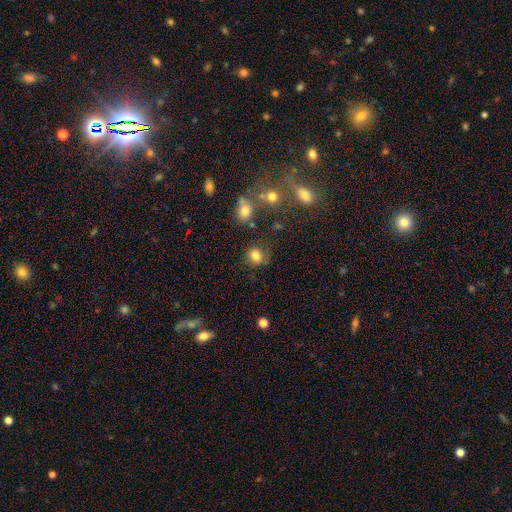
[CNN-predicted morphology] Smooth or featured?
  - smooth: 81% *
  - star or artifact: 11%
  - featured or disk: 8%
How rounded?
  - round: 77% *
  - in between: 22%
  - cigar-shaped: 1%
Merging?
  - none: 72% *
  - minor disturbance: 17%
  - major disturbance: 7%
  - merger: 5%